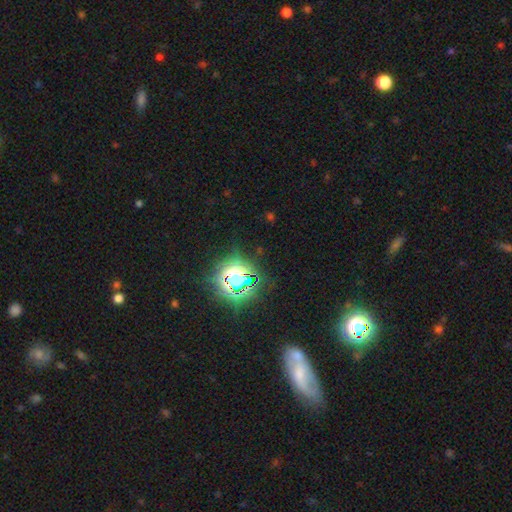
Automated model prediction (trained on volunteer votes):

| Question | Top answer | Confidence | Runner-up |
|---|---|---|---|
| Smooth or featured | star or artifact | 76% | smooth (15%) |